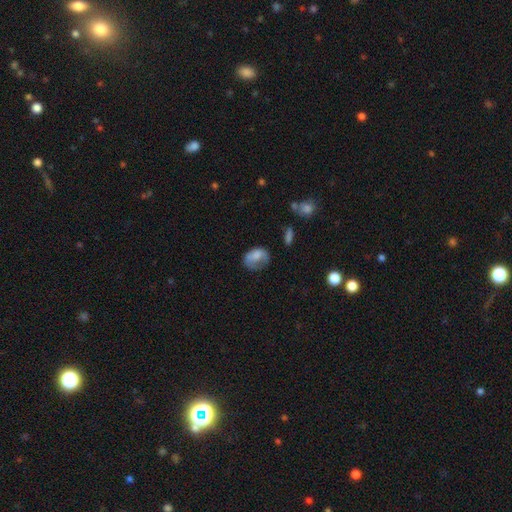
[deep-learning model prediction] This is likely a smooth galaxy (67%). How rounded: likely in between (69%). Merging: marginally none (38%).